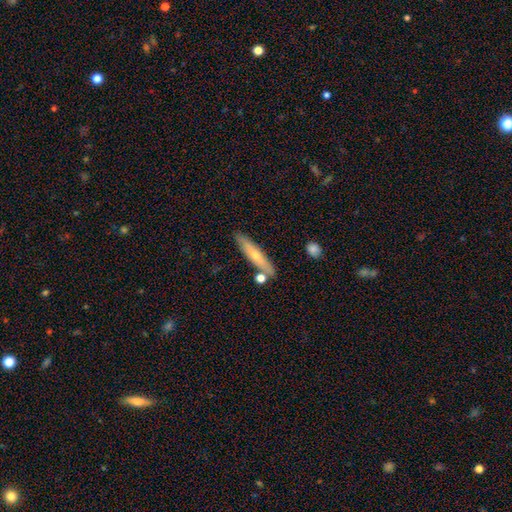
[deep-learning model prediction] Smooth or featured? Predicted: smooth (p=0.56). How rounded? Predicted: cigar-shaped (p=0.87). Merging? Predicted: none (p=0.79).